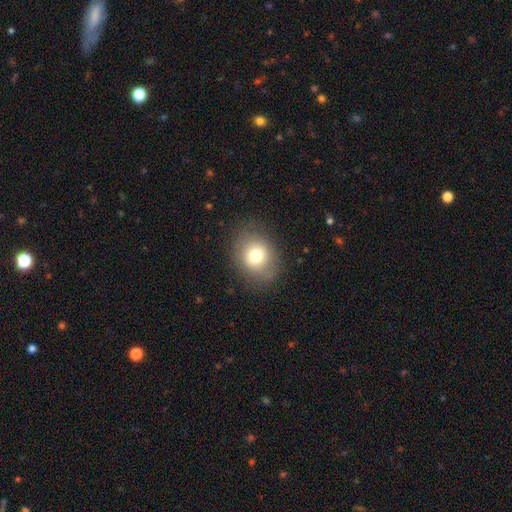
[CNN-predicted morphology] Smooth or featured?
  - smooth: 73% *
  - featured or disk: 16%
  - star or artifact: 11%
How rounded?
  - round: 53% *
  - in between: 46%
  - cigar-shaped: 1%
Merging?
  - none: 81% *
  - minor disturbance: 13%
  - major disturbance: 5%
  - merger: 1%